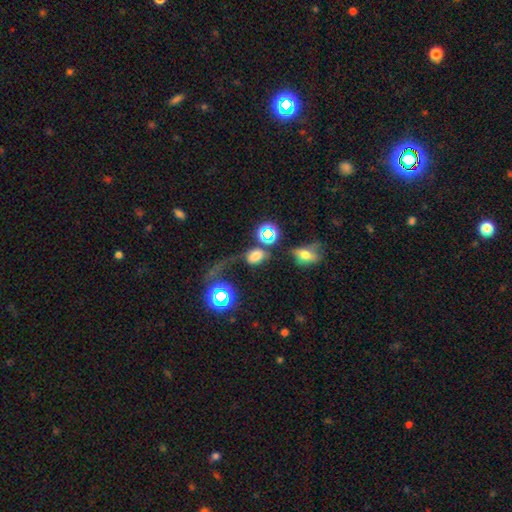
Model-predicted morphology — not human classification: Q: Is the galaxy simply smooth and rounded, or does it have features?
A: smooth — 64%.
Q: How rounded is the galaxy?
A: in between — 73%.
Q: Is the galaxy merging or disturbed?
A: none — 35%.